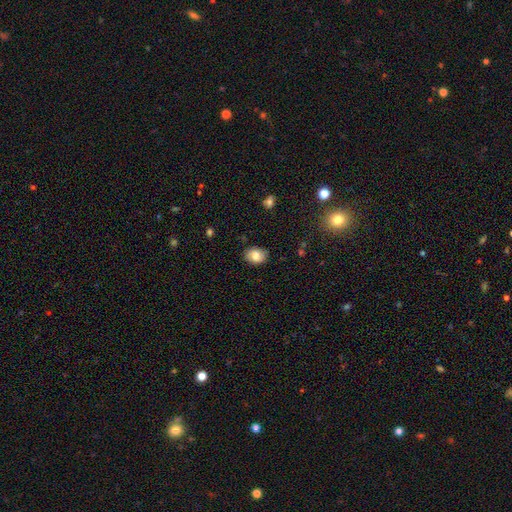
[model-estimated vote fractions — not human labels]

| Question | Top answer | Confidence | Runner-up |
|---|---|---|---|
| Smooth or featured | smooth | 78% | featured or disk (14%) |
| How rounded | in between | 69% | round (30%) |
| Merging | none | 82% | minor disturbance (14%) |